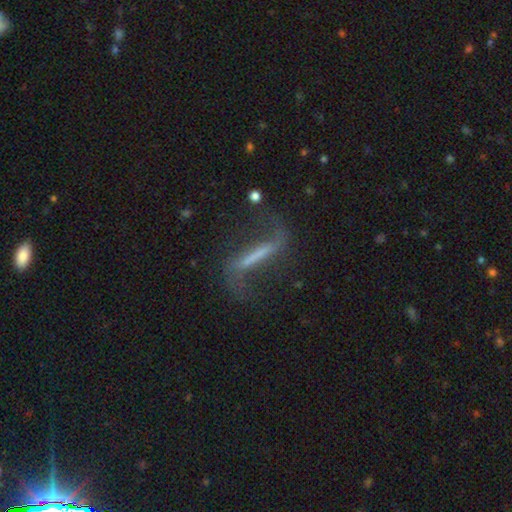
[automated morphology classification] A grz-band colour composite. It shows a featured or disk galaxy (75%) with a strong bar (73%), spiral arms (84%) and no central bulge (58%). Merging: none (62%).